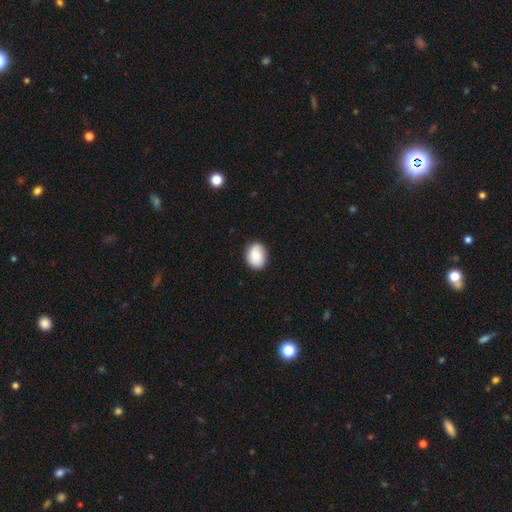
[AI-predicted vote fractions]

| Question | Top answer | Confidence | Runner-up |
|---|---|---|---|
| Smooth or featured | smooth | 81% | featured or disk (12%) |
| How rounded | in between | 58% | round (41%) |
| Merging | none | 85% | minor disturbance (12%) |